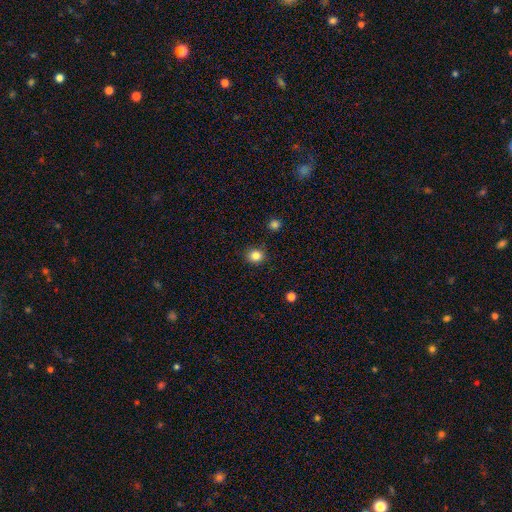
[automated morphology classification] smooth_or_featured: smooth (p=0.84) [alt: star or artifact p=0.11]
how_rounded: round (p=0.82) [alt: in between p=0.17]
merging: none (p=0.88) [alt: minor disturbance p=0.08]